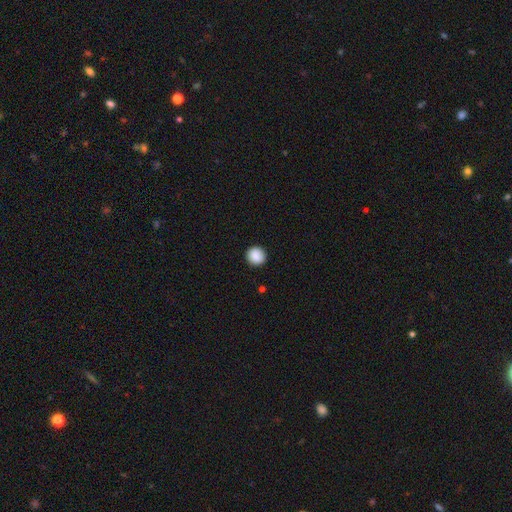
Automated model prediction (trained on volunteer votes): A smooth galaxy with no disk features (89%) that is round (92%).

Vote fractions:
- Smooth or featured? smooth: 89% / star or artifact: 8% / featured or disk: 3%
- How rounded? round: 92% / in between: 7% / cigar-shaped: 1%
- Merging? none: 91% / minor disturbance: 6% / major disturbance: 2% / merger: 1%